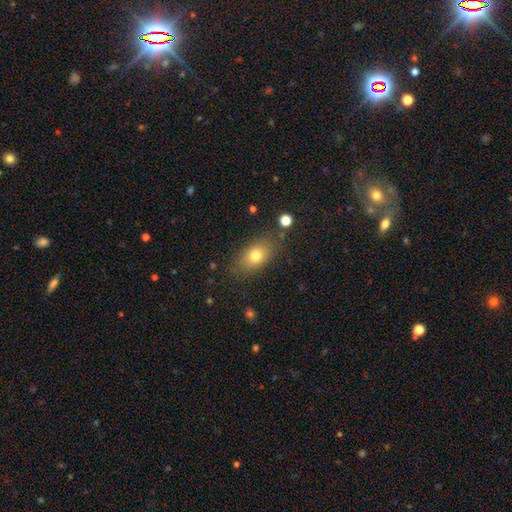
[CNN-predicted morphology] This is likely a smooth galaxy (77%). How rounded: clearly in between (81%). Merging: likely none (80%).